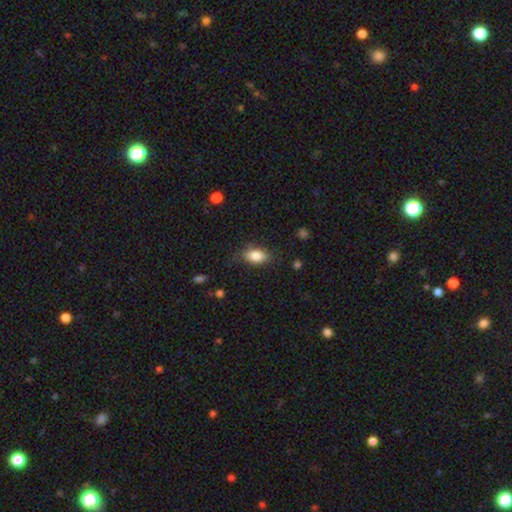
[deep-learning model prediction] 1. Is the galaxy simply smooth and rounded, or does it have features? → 84% smooth, 9% featured or disk, 8% star or artifact.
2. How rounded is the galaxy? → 89% in between, 7% round, 4% cigar-shaped.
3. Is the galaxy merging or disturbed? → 74% none, 19% minor disturbance, 5% major disturbance, 1% merger.